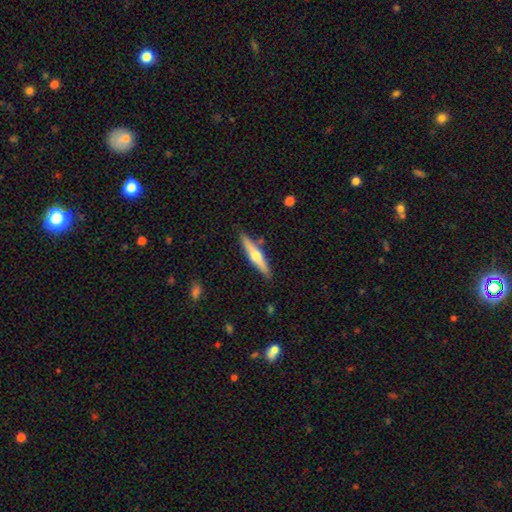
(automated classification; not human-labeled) Smooth or featured: featured or disk — 58% (smooth — 36%)
Edge-on disk: yes — 96% (no — 4%)
Edge-on bulge: rounded — 92% (none — 5%)
Merging: none — 87% (minor disturbance — 9%)